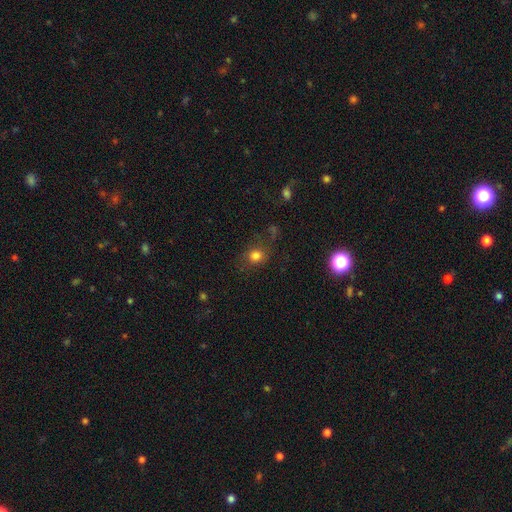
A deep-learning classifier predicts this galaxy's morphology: smooth-or-featured: smooth: 75% | star or artifact: 15% | featured or disk: 10%
  how-rounded: round: 76% | in between: 23% | cigar-shaped: 1%
  merging: none: 67% | minor disturbance: 17% | major disturbance: 13% | merger: 4%